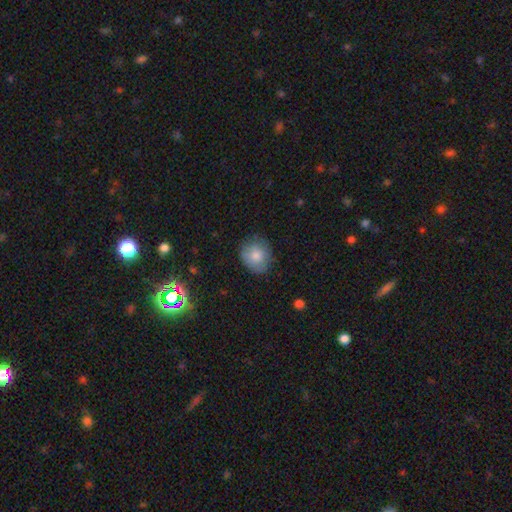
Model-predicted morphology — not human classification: Smooth or featured?
  - smooth: 77% *
  - featured or disk: 15%
  - star or artifact: 8%
How rounded?
  - round: 77% *
  - in between: 23%
  - cigar-shaped: 1%
Merging?
  - none: 75% *
  - minor disturbance: 19%
  - major disturbance: 4%
  - merger: 1%